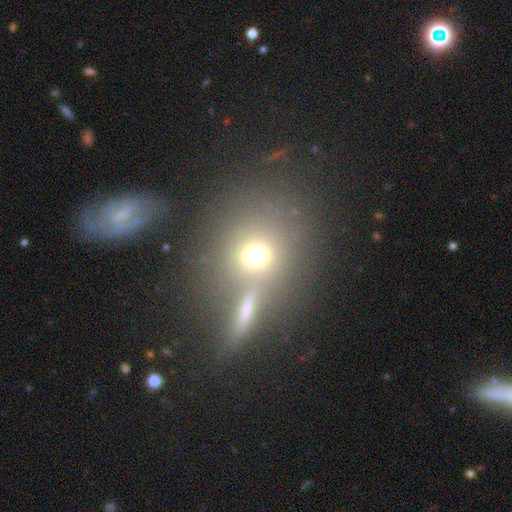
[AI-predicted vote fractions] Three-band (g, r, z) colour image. It shows a smooth galaxy with no disk features (68%) that is round (79%). Merging: none (52%).